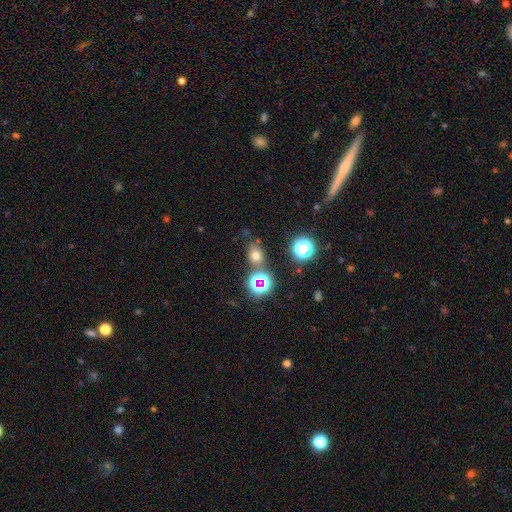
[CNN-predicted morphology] Smooth or featured? Predicted: smooth (p=0.64). How rounded? Predicted: round (p=0.53). Merging? Predicted: none (p=0.71).